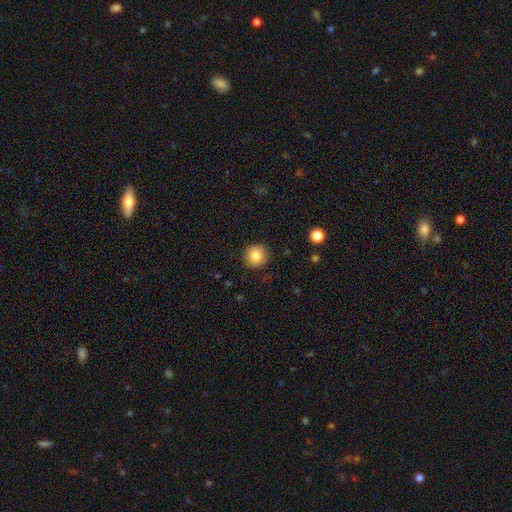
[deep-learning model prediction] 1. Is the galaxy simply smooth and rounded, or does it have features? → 84% smooth, 9% star or artifact, 7% featured or disk.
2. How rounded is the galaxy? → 93% round, 6% in between, 1% cigar-shaped.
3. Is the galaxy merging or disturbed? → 90% none, 7% minor disturbance, 2% major disturbance, 1% merger.